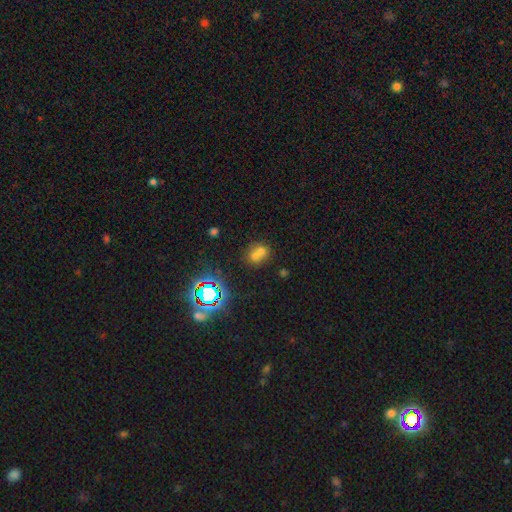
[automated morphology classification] type=smooth (55%); roundness=round (71%); merging=merger (55%).